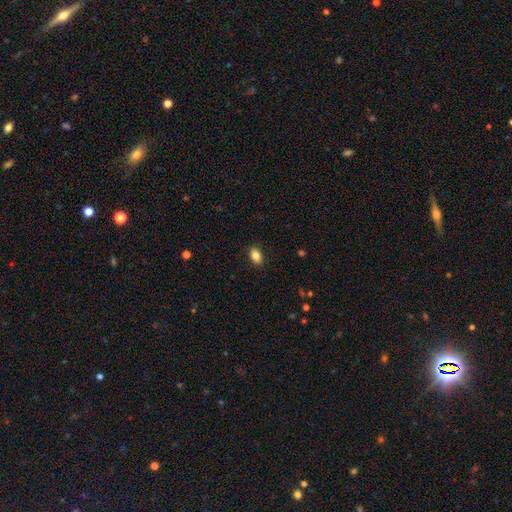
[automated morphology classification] smooth-or-featured: smooth: 84% | star or artifact: 8% | featured or disk: 7%
  how-rounded: in between: 87% | round: 11% | cigar-shaped: 2%
  merging: none: 88% | minor disturbance: 9% | major disturbance: 2% | merger: 1%